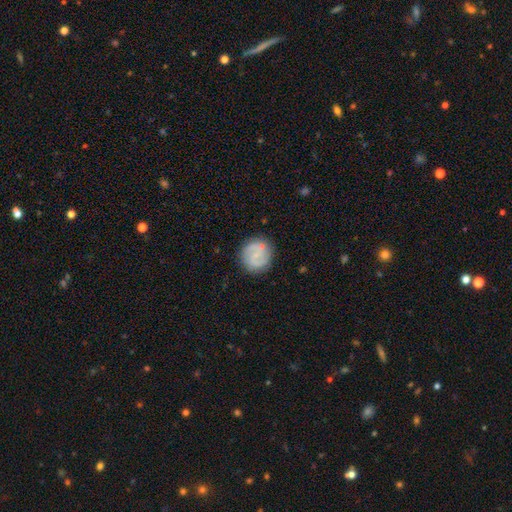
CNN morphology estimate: Smooth or featured: featured or disk — 61% (smooth — 32%)
Edge-on disk: no — 98% (yes — 2%)
Bar: no — 50% (weak — 43%)
Spiral arms: yes — 89% (no — 11%)
Spiral winding: medium — 48% (tight — 34%)
Spiral arm count: 2 — 77% (can't tell — 10%)
Bulge size: small — 63% (none — 20%)
Merging: none — 82% (minor disturbance — 12%)